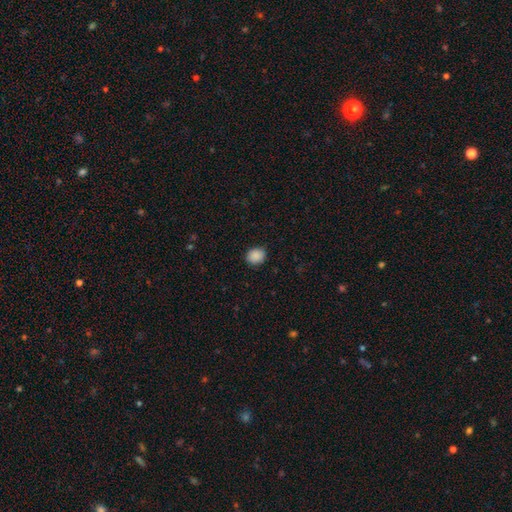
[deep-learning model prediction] Smooth or featured?
  - smooth: 89% *
  - star or artifact: 8%
  - featured or disk: 3%
How rounded?
  - round: 64% *
  - in between: 35%
  - cigar-shaped: 1%
Merging?
  - none: 88% *
  - minor disturbance: 9%
  - major disturbance: 2%
  - merger: 1%